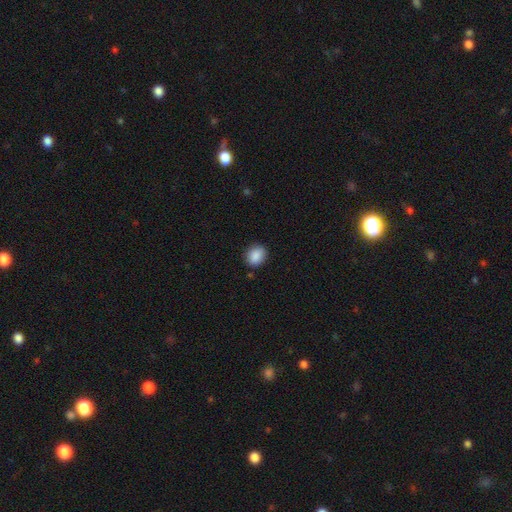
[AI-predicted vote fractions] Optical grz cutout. It shows a smooth galaxy with no disk features (88%) that is round (57%). Merging: none (87%).